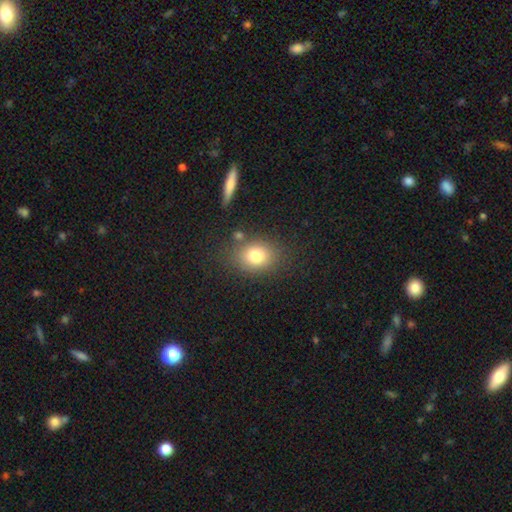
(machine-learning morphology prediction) Smooth or featured? Predicted: smooth (p=0.78). How rounded? Predicted: round (p=0.52). Merging? Predicted: none (p=0.77).